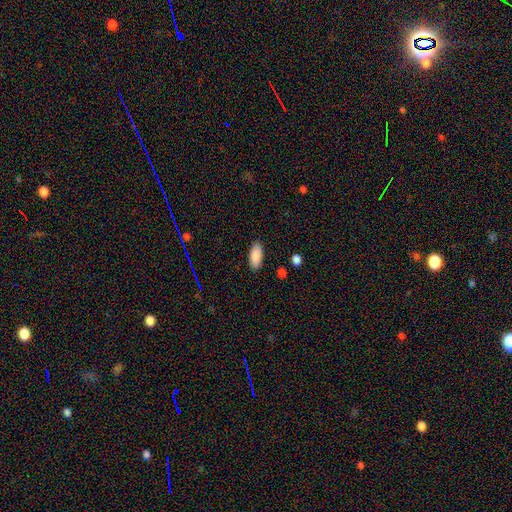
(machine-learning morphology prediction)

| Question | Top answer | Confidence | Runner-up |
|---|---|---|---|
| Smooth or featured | smooth | 88% | star or artifact (7%) |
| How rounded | in between | 87% | cigar-shaped (11%) |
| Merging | none | 88% | minor disturbance (9%) |